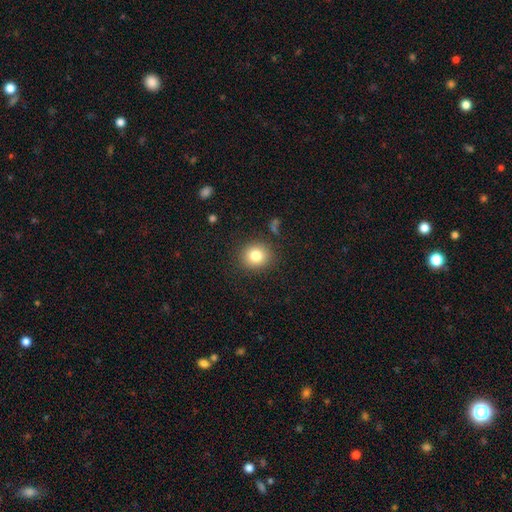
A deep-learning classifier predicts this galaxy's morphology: The model was most divided on "how rounded": round: 81%, in between: 18%, cigar-shaped: 1%. More confident: merging — none (87%); smooth or featured — smooth (81%).